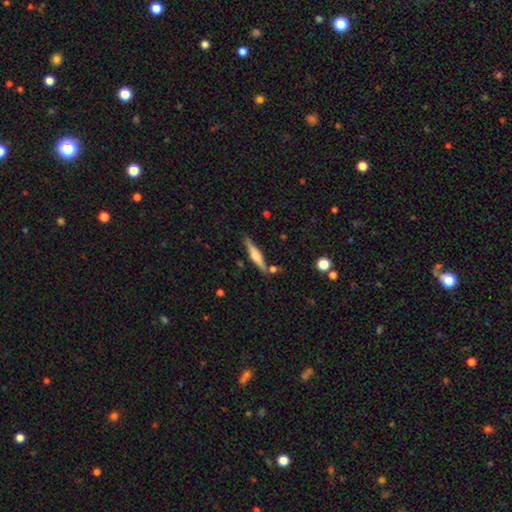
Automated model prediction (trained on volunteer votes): This is possibly a featured or disk galaxy (54%). It is clearly viewed edge-on (96%). Edge-on bulge: likely rounded (72%). Merging: likely none (79%).